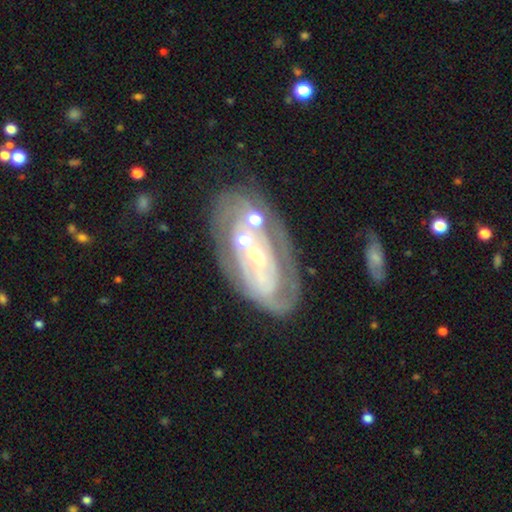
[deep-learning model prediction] smooth-or-featured: featured or disk: 80% | smooth: 13% | star or artifact: 7%
  disk-edge-on: no: 94% | yes: 6%
    bar: no: 66% | weak: 22% | strong: 13%
    has-spiral-arms: yes: 74% | no: 26%
      spiral-winding: tight: 66% | medium: 25% | loose: 9%
      spiral-arm-count: can't tell: 43% | 2: 34% | 3: 9% | 1: 8% | 4: 4% | more than 4: 3%
    bulge-size: small: 53% | moderate: 40% | large: 4% | none: 2% | dominant: 2%
  merging: none: 56% | minor disturbance: 19% | merger: 13% | major disturbance: 12%